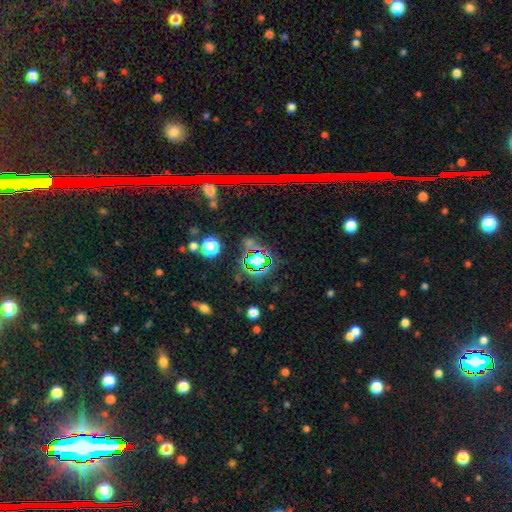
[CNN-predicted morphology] type=star or artifact (73%).